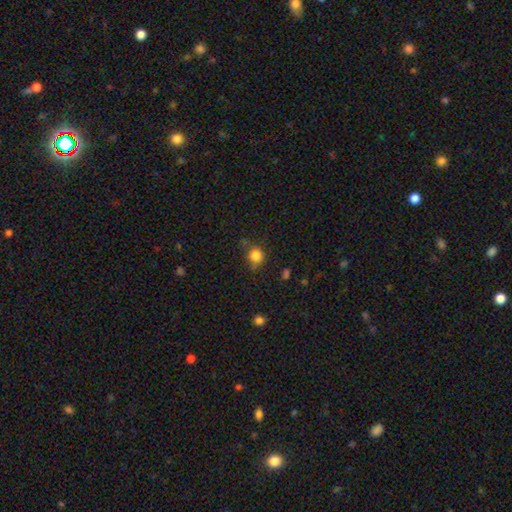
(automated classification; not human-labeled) smooth_or_featured: smooth (p=0.82) [alt: star or artifact p=0.12]
how_rounded: round (p=0.84) [alt: in between p=0.15]
merging: none (p=0.65) [alt: minor disturbance p=0.23]